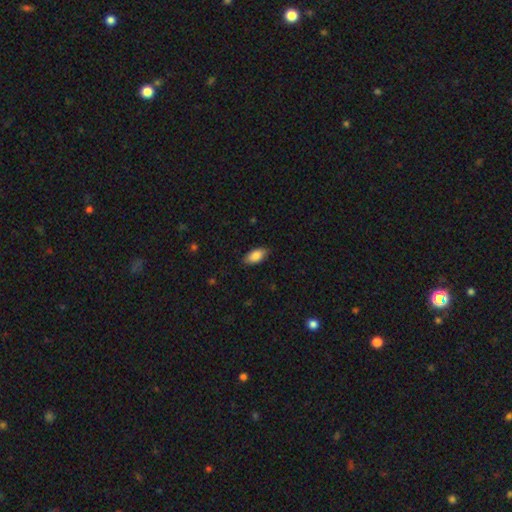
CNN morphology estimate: Smooth or featured? smooth (85%)
How rounded? in between (91%)
Merging? none (85%)